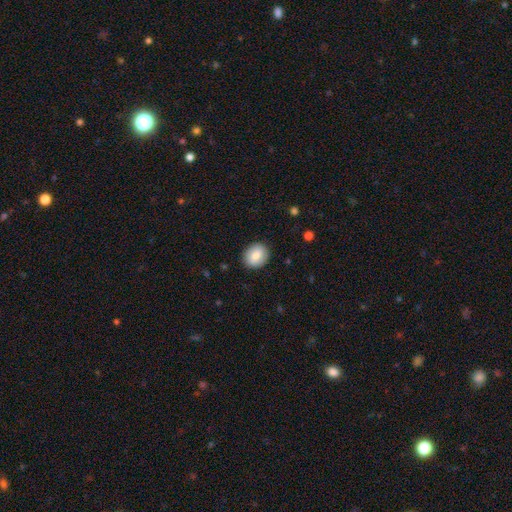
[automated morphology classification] smooth 78%, featured or disk 15%, star or artifact 7%. Down the decision tree: how rounded — round (66%); merging — none (88%).